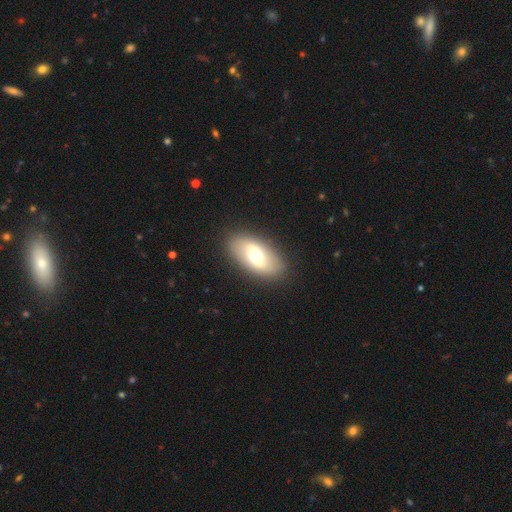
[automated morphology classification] Smooth or featured: smooth — 51% (featured or disk — 43%)
How rounded: in between — 90% (cigar-shaped — 5%)
Merging: none — 88% (minor disturbance — 8%)